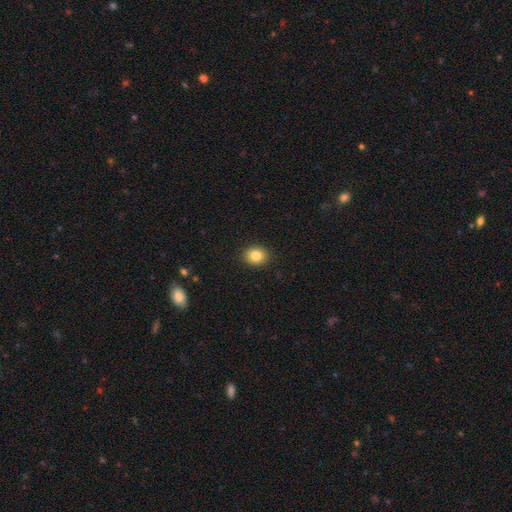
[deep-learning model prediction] Q: Smooth or featured?
A: smooth (84%); runner-up: star or artifact (10%)
Q: How rounded?
A: round (58%); runner-up: in between (41%)
Q: Merging?
A: none (90%); runner-up: minor disturbance (7%)